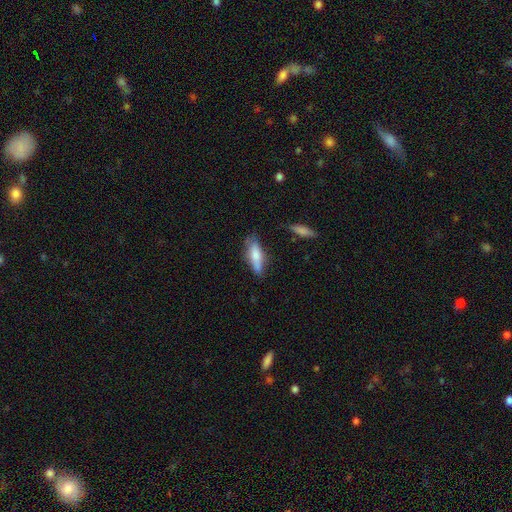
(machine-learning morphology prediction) Smooth or featured: smooth — 71% (featured or disk — 22%)
How rounded: cigar-shaped — 52% (in between — 46%)
Merging: none — 64% (minor disturbance — 26%)